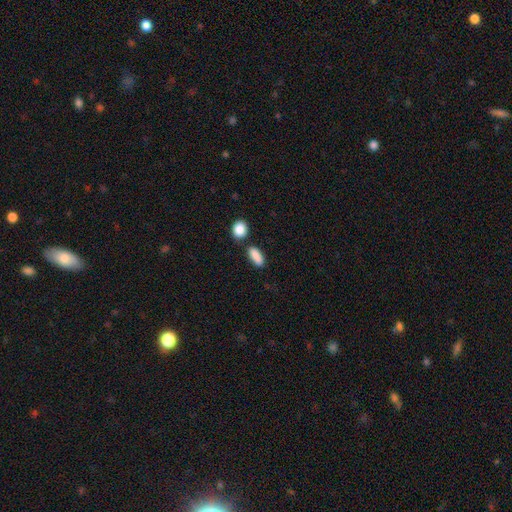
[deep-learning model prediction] Smooth or featured? Predicted: smooth (p=0.88). How rounded? Predicted: in between (p=0.77). Merging? Predicted: none (p=0.69).